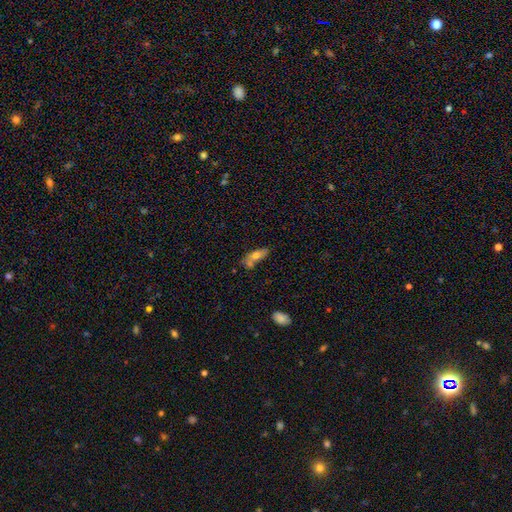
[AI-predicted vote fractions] Smooth or featured: smooth — 63% (featured or disk — 29%)
How rounded: in between — 67% (cigar-shaped — 29%)
Merging: none — 45% (merger — 25%)